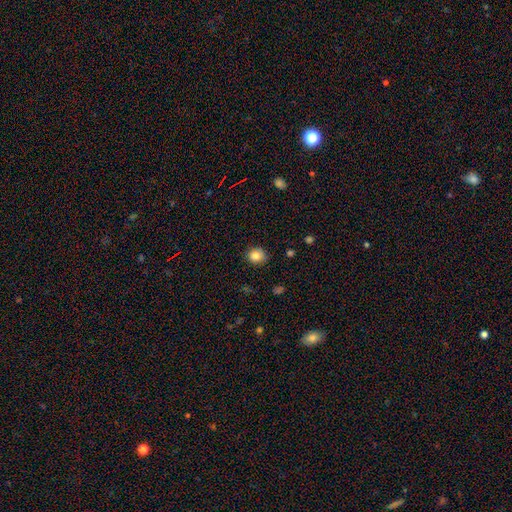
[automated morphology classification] Overall: smooth (84%). How rounded: round (74%). Merging: none (84%).